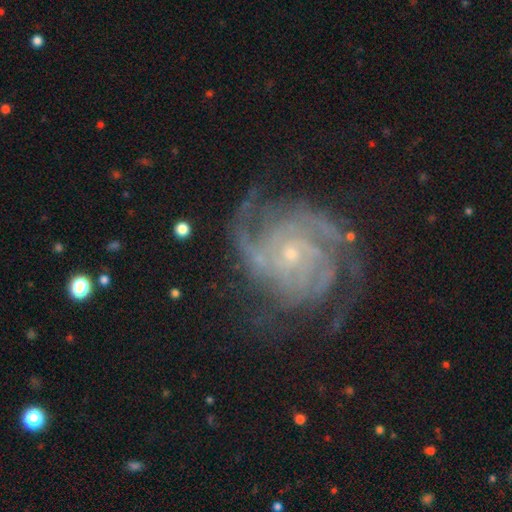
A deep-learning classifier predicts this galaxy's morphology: This is clearly a featured or disk galaxy (89%). It is clearly not viewed edge-on (98%). Bar: likely no (74%). Spiral arm pattern: clearly yes (97%). Spiral arm count: marginally 2 (23%, tied with can't tell). Spiral winding: likely tight (62%). Central bulge: likely small (78%). Merging: likely none (64%).